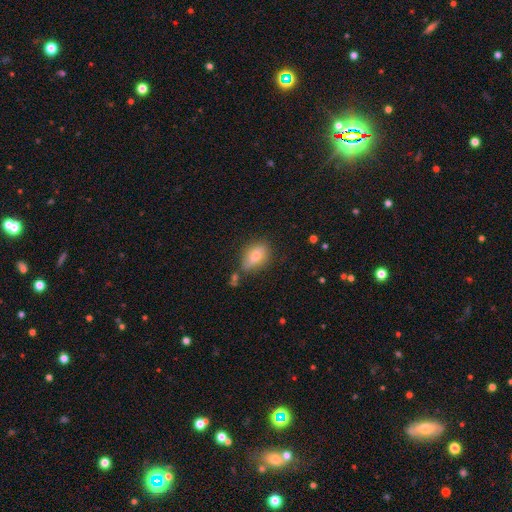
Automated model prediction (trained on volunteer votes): Overall: smooth (70%). How rounded: in between (81%). Merging: none (66%).